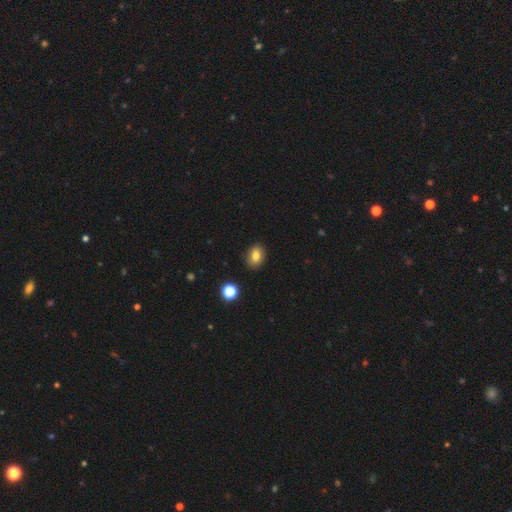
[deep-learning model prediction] Smooth or featured? smooth (81%)
How rounded? in between (71%)
Merging? none (87%)